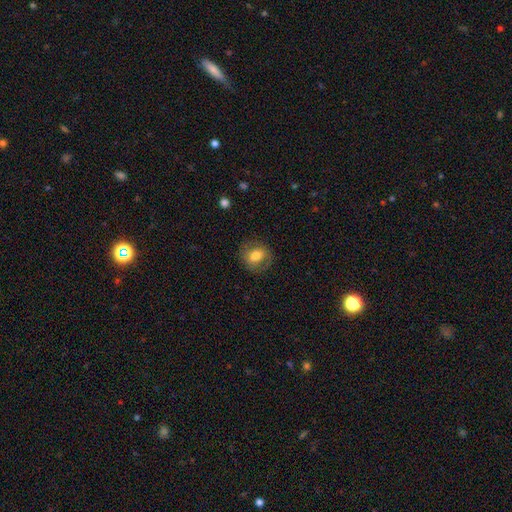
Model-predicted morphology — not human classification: The model was most divided on "how rounded": round: 61%, in between: 38%, cigar-shaped: 1%. More confident: merging — none (80%); smooth or featured — smooth (69%).